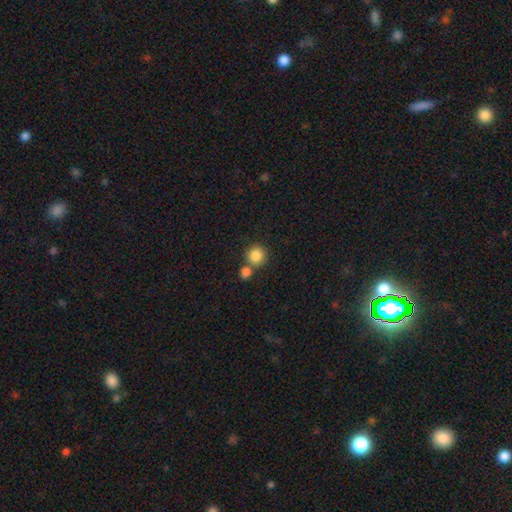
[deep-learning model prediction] The model was most divided on "merging": none: 60%, merger: 30%, minor disturbance: 7%, major disturbance: 3%. More confident: how rounded — round (91%); smooth or featured — smooth (85%).